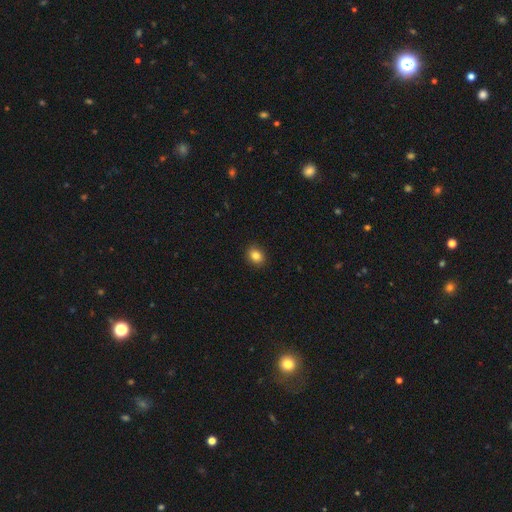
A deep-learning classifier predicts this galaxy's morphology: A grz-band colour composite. It shows a smooth galaxy with no disk features (84%) that is round (50%). Merging: none (91%).